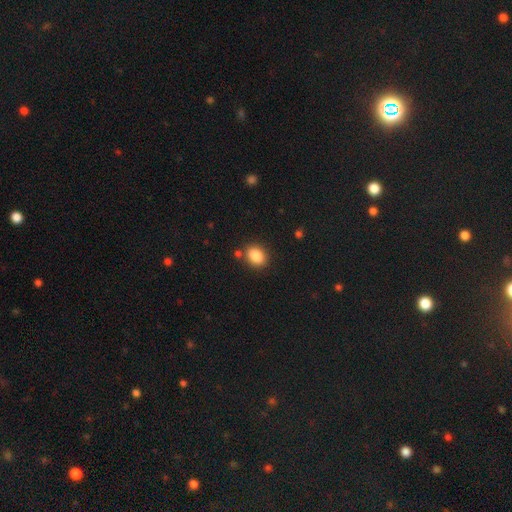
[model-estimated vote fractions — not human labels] The model was most divided on "how rounded": in between: 64%, round: 35%, cigar-shaped: 1%. More confident: smooth or featured — smooth (86%); merging — none (81%).